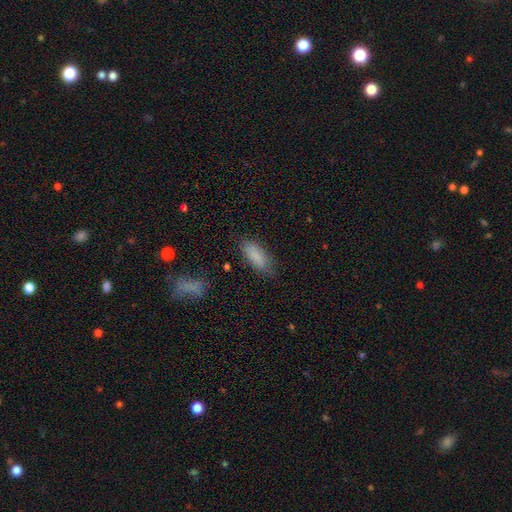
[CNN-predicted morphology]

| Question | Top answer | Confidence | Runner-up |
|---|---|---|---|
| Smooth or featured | smooth | 86% | star or artifact (7%) |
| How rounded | in between | 77% | cigar-shaped (21%) |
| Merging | none | 75% | minor disturbance (18%) |